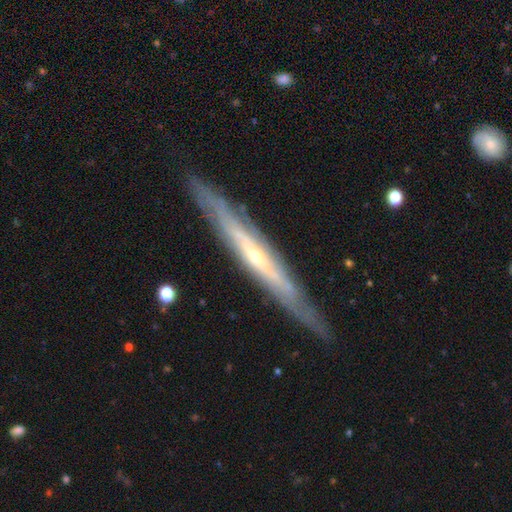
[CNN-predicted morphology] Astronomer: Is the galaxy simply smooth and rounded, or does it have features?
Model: featured or disk — 79%.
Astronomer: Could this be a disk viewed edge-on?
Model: yes — 87%.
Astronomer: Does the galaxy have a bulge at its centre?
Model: rounded — 60% (runner-up: none, 36%).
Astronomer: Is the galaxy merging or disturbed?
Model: none — 86%.